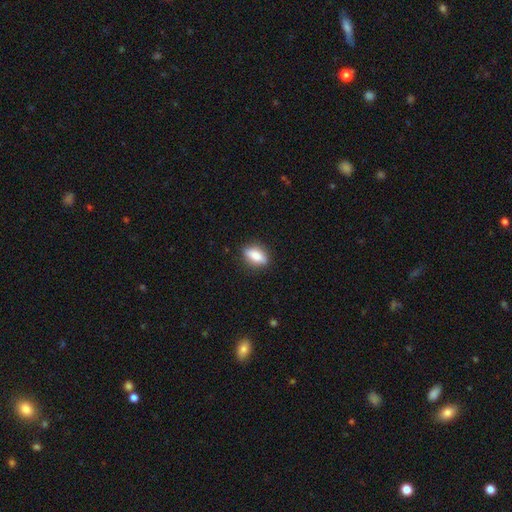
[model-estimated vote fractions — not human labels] The model was most divided on "how rounded": in between: 75%, cigar-shaped: 19%, round: 6%. More confident: merging — none (85%); smooth or featured — smooth (77%).